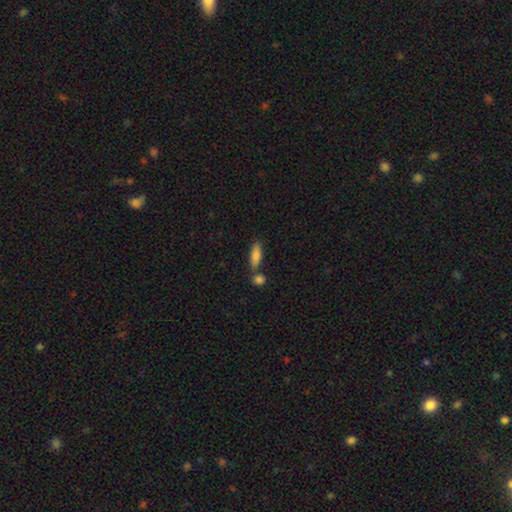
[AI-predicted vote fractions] smooth_or_featured: smooth (p=0.81) [alt: featured or disk p=0.12]
how_rounded: in between (p=0.60) [alt: cigar-shaped p=0.38]
merging: none (p=0.66) [alt: merger p=0.19]